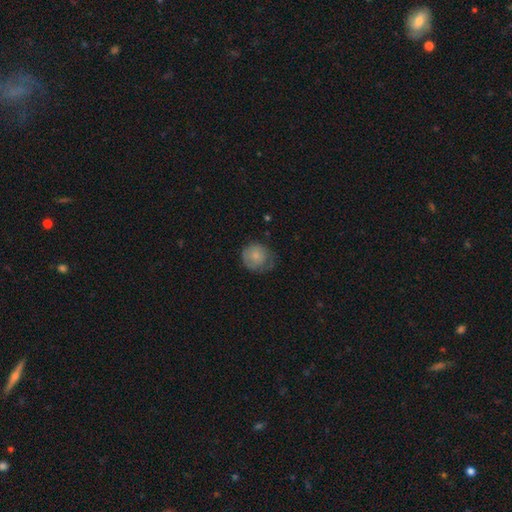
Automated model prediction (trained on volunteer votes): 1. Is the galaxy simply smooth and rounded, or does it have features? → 74% smooth, 19% featured or disk, 7% star or artifact.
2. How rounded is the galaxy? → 85% round, 15% in between, 1% cigar-shaped.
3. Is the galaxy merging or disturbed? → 53% none, 31% minor disturbance, 15% major disturbance, 1% merger.